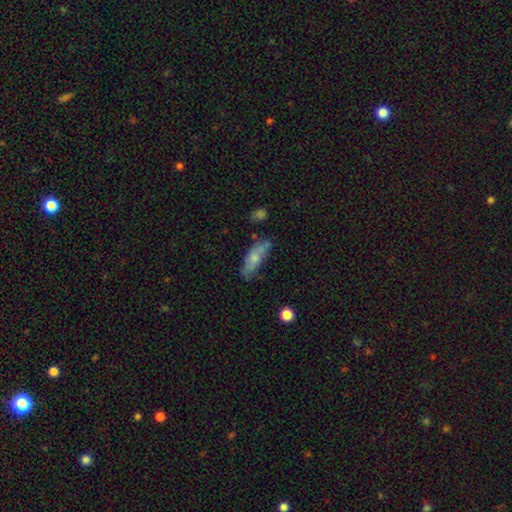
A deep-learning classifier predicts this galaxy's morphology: A smooth galaxy with no disk features (63%) that is in between round and cigar-shaped (67%). Merging: none (56%).